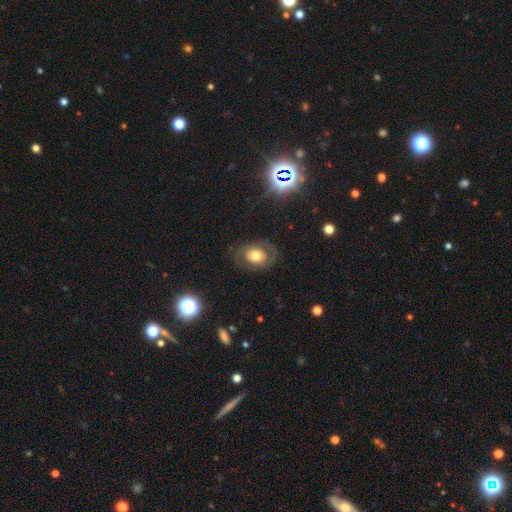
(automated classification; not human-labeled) A featured or disk galaxy (47%).

Vote fractions:
- Smooth or featured? featured or disk: 47% / smooth: 42% / star or artifact: 11%
- Merging? none: 75% / minor disturbance: 14% / major disturbance: 10% / merger: 1%